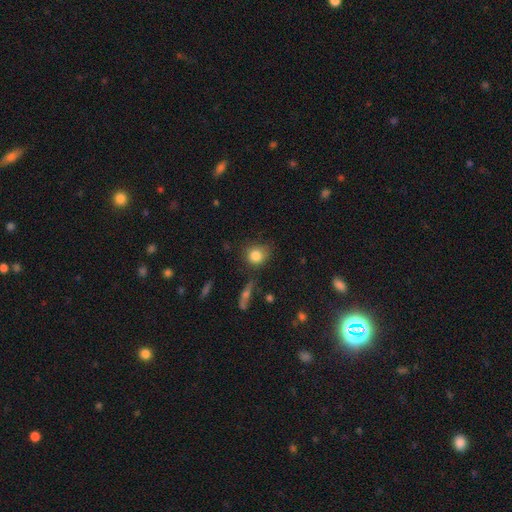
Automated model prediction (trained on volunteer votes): This appears to be a smooth galaxy with no disk features (83%) that is round (76%). Merging: none (70%).